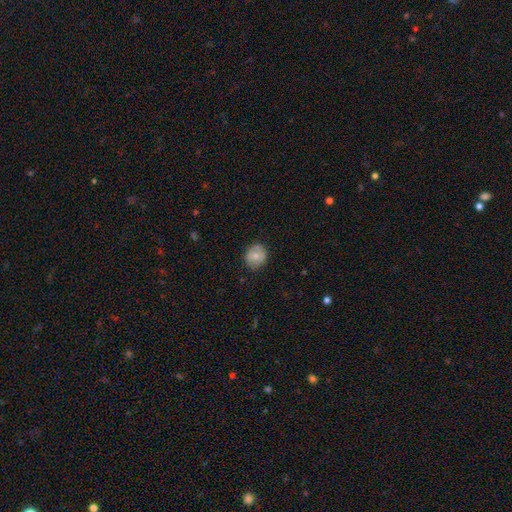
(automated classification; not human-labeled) A smooth galaxy with no disk features (71%) that is round (79%). Merging: none (81%).